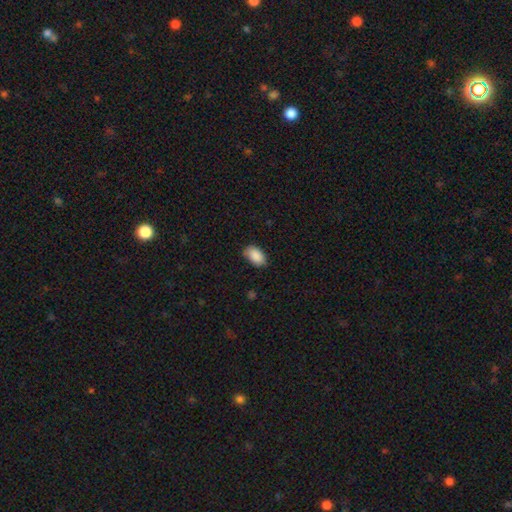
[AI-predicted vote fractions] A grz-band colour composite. It shows a smooth galaxy with no disk features (89%) that is in between round and cigar-shaped (93%). Merging: none (80%).